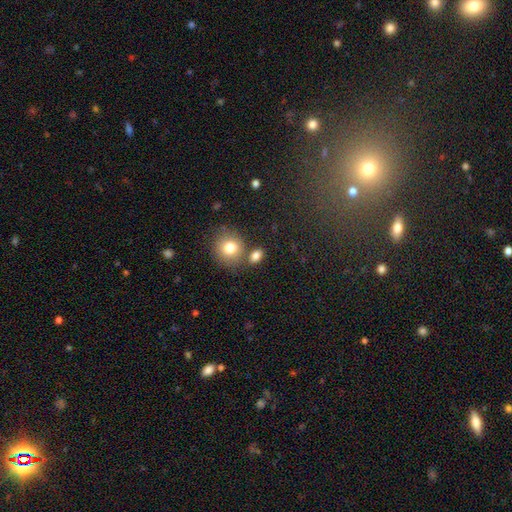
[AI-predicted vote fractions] Smooth or featured?
  - smooth: 81% *
  - star or artifact: 10%
  - featured or disk: 8%
How rounded?
  - in between: 61% *
  - round: 36%
  - cigar-shaped: 2%
Merging?
  - none: 65% *
  - merger: 19%
  - minor disturbance: 12%
  - major disturbance: 4%